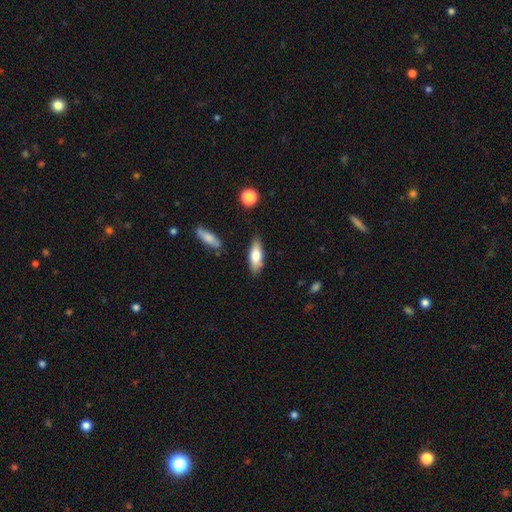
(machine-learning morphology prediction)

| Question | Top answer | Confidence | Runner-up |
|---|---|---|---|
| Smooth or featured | smooth | 69% | featured or disk (24%) |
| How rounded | in between | 60% | cigar-shaped (38%) |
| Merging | none | 78% | minor disturbance (15%) |